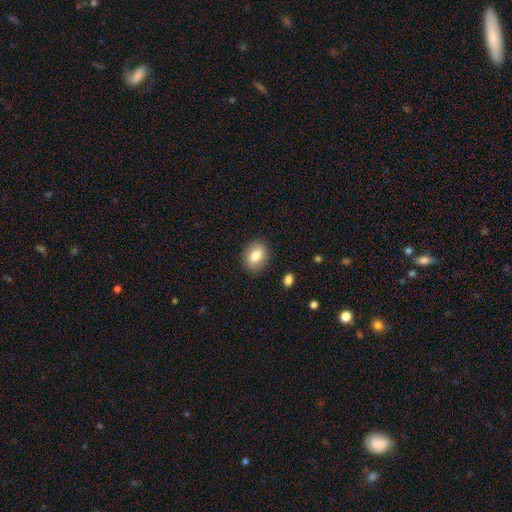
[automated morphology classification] Smooth or featured? Predicted: smooth (p=0.81). How rounded? Predicted: in between (p=0.65). Merging? Predicted: none (p=0.86).